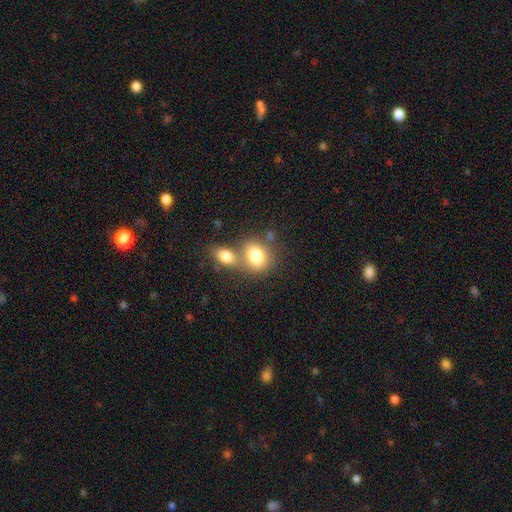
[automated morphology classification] Smooth or featured? smooth (79%)
How rounded? round (51%)
Merging? merger (48%)